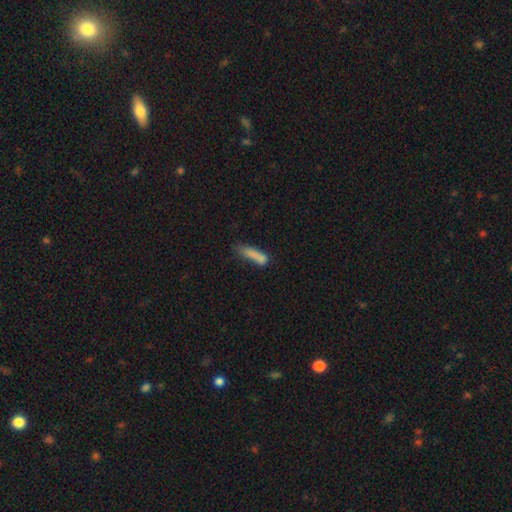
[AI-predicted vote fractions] Overall: smooth (77%). How rounded: cigar-shaped (76%). Merging: none (45%; minor disturbance 27%).